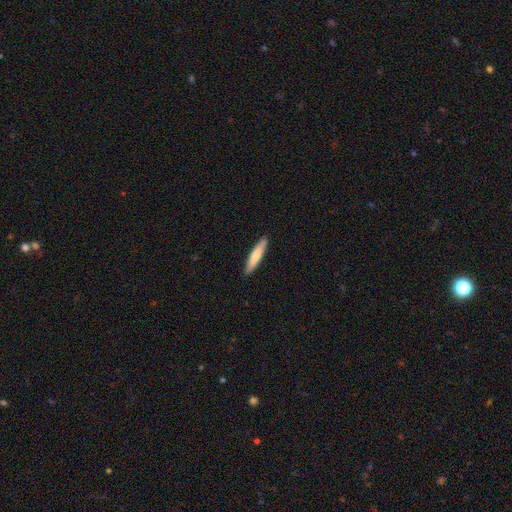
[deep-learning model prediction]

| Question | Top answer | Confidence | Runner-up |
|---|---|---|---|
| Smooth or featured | smooth | 75% | featured or disk (20%) |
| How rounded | cigar-shaped | 89% | in between (10%) |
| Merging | none | 90% | minor disturbance (7%) |